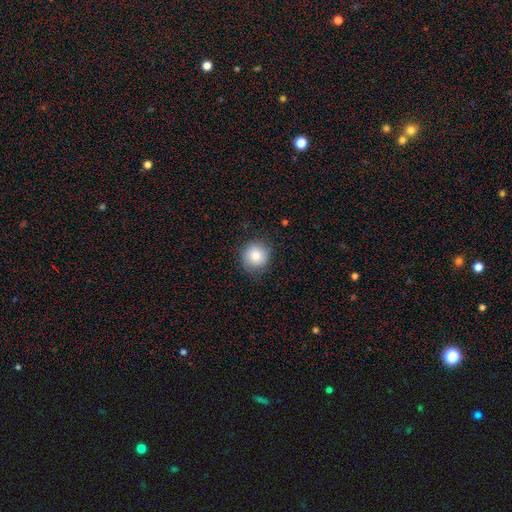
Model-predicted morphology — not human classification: smooth 84%, star or artifact 8%, featured or disk 7%. Down the decision tree: how rounded — round (90%); merging — none (83%).